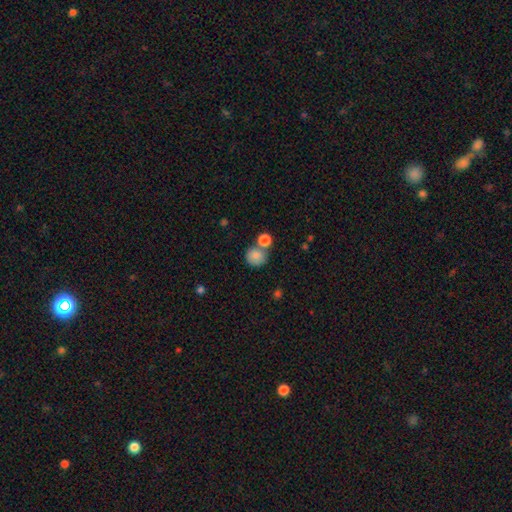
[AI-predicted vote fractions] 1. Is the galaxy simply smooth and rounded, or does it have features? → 84% smooth, 9% star or artifact, 7% featured or disk.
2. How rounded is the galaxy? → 85% round, 14% in between, 1% cigar-shaped.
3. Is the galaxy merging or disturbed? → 57% none, 27% merger, 11% minor disturbance, 4% major disturbance.